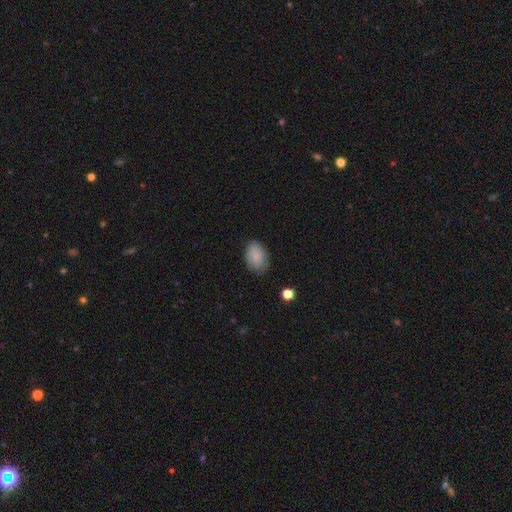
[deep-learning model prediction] A smooth galaxy with no disk features (85%) that is in between round and cigar-shaped (85%). Merging: none (80%).